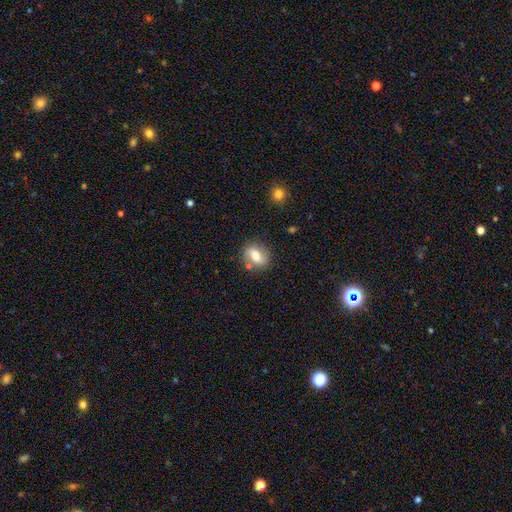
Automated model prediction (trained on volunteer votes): Smooth or featured?
  - smooth: 65% *
  - featured or disk: 27%
  - star or artifact: 9%
How rounded?
  - in between: 54% *
  - round: 43%
  - cigar-shaped: 3%
Merging?
  - none: 75% *
  - minor disturbance: 14%
  - merger: 7%
  - major disturbance: 4%